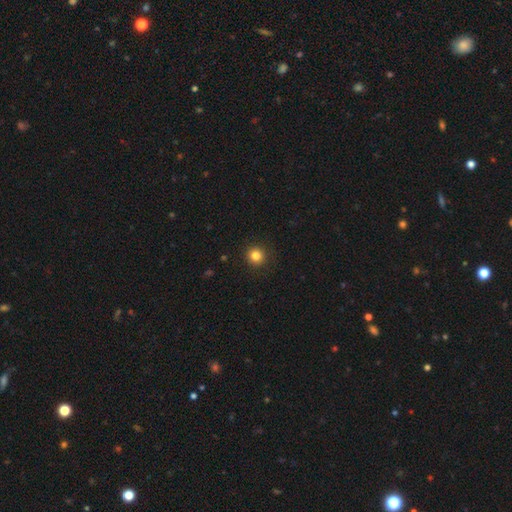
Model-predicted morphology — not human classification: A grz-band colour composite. It shows a smooth galaxy with no disk features (83%) that is round (94%). Merging: none (92%).